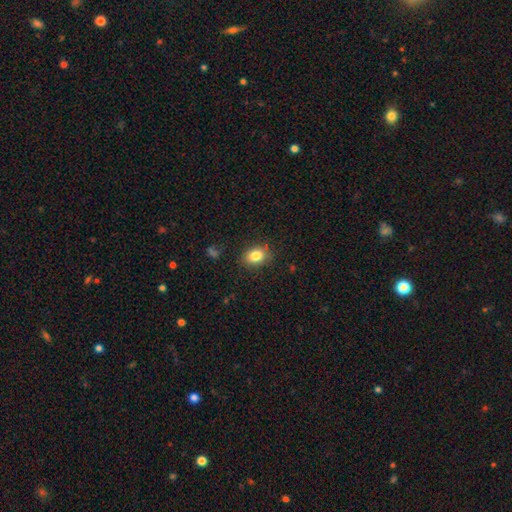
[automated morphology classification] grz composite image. It shows a smooth galaxy with no disk features (83%) that is in between round and cigar-shaped (67%). Merging: none (84%).